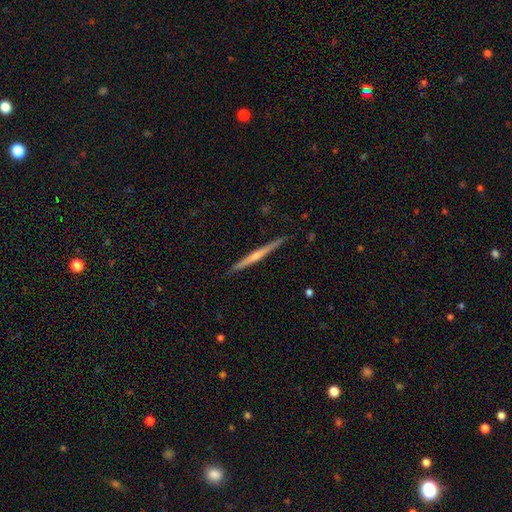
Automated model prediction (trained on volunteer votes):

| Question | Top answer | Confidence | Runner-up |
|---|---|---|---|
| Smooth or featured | featured or disk | 69% | smooth (23%) |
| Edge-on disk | yes | 98% | no (2%) |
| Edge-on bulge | rounded | 59% | none (33%) |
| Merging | none | 90% | minor disturbance (7%) |